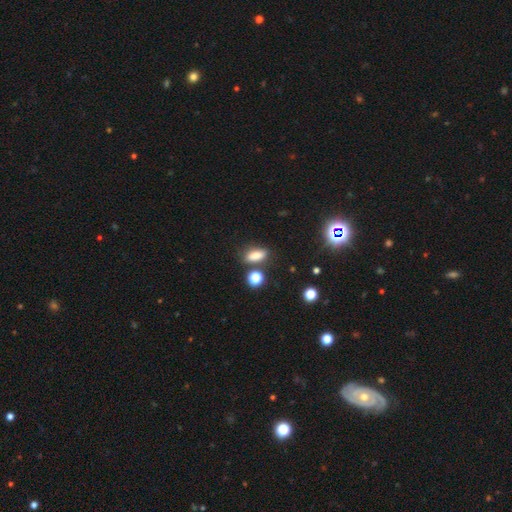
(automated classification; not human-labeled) This is likely a smooth galaxy (80%). How rounded: likely in between (68%). Merging: likely none (72%).